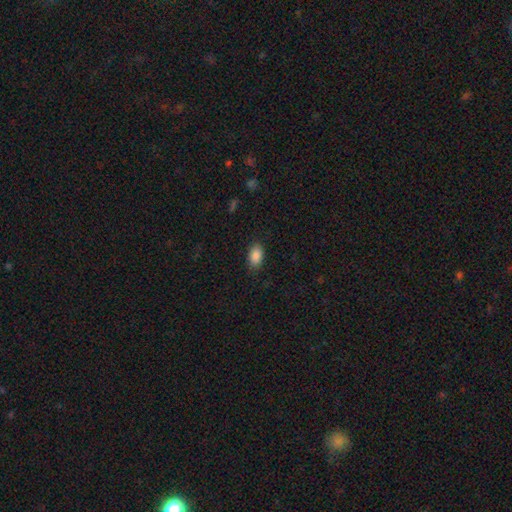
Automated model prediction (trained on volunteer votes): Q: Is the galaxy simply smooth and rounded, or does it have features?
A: smooth — 88%.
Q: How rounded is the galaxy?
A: in between — 91%.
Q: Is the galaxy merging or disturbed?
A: none — 86%.